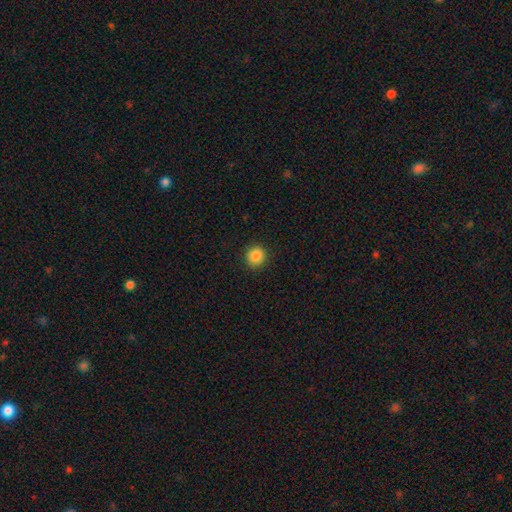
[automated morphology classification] Smooth or featured? smooth (87%)
How rounded? round (91%)
Merging? none (91%)